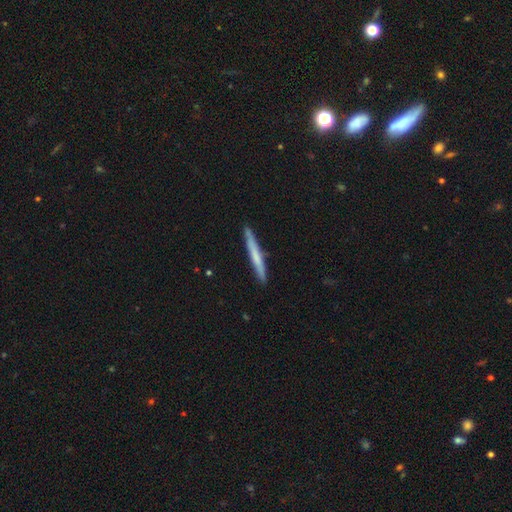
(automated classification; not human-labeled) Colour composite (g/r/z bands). It shows a smooth galaxy with no disk features (57%) that is cigar-shaped (97%). Merging: none (90%).